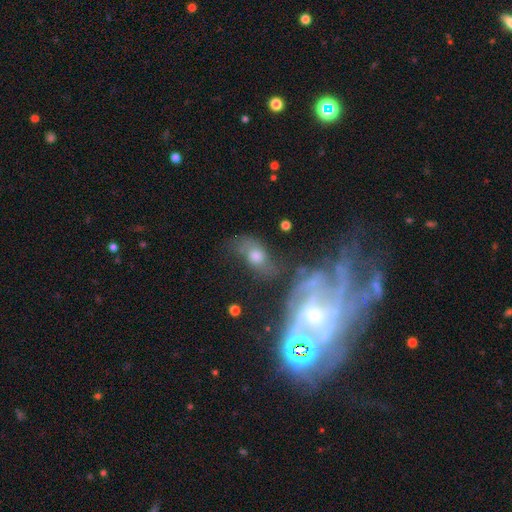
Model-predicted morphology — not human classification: Smooth or featured? Predicted: featured or disk (p=0.52). Edge-on disk? Predicted: no (p=0.92). Merging? Predicted: none (p=0.46).